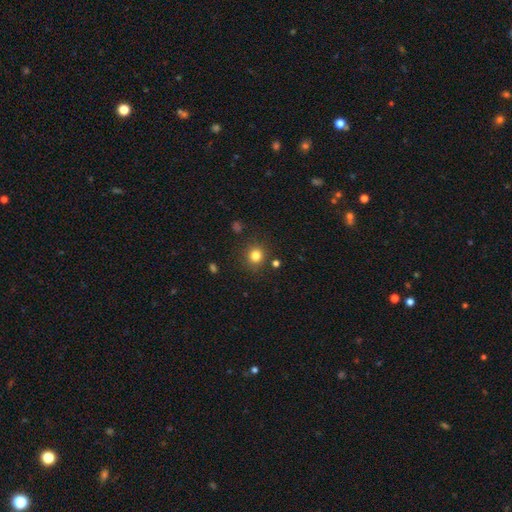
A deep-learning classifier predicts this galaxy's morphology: smooth-or-featured: smooth: 81% | star or artifact: 13% | featured or disk: 6%
  how-rounded: round: 88% | in between: 11% | cigar-shaped: 1%
  merging: none: 86% | minor disturbance: 8% | major disturbance: 3% | merger: 3%